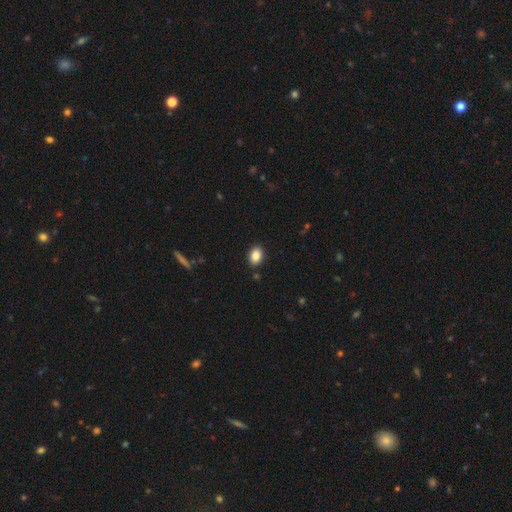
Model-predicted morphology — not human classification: The model was most divided on "how rounded": in between: 82%, round: 17%, cigar-shaped: 1%. More confident: merging — none (89%); smooth or featured — smooth (87%).